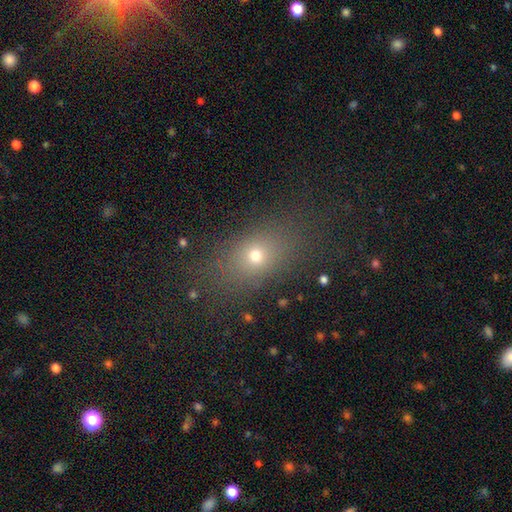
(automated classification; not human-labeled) Smooth or featured? smooth (67%)
How rounded? in between (64%)
Merging? none (78%)